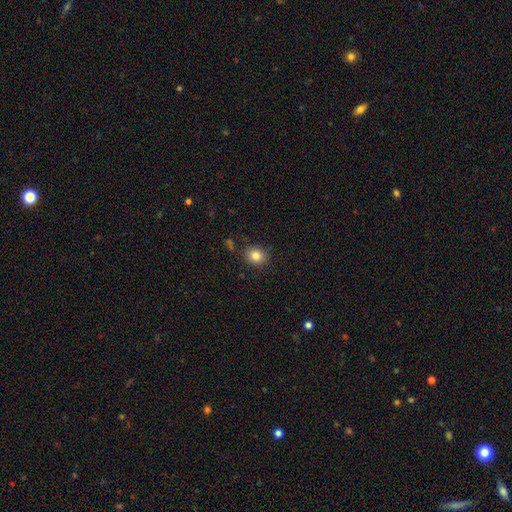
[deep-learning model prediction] Smooth or featured?
  - smooth: 83% *
  - star or artifact: 11%
  - featured or disk: 6%
How rounded?
  - round: 71% *
  - in between: 28%
  - cigar-shaped: 1%
Merging?
  - none: 85% *
  - minor disturbance: 10%
  - major disturbance: 3%
  - merger: 2%